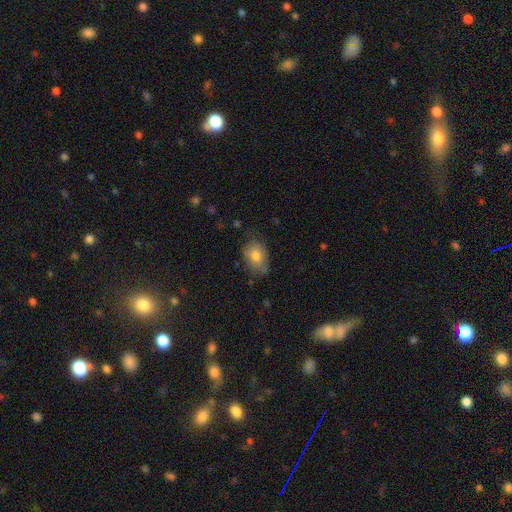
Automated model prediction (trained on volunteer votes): A smooth galaxy with no disk features (76%) that is in between round and cigar-shaped (73%). Merging: none (64%).